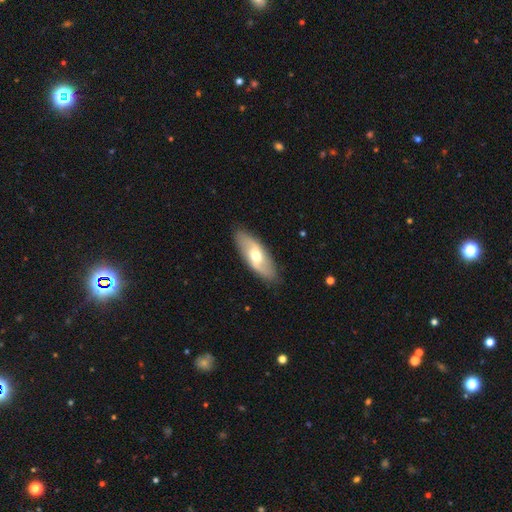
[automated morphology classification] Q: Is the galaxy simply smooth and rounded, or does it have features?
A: featured or disk — 51%.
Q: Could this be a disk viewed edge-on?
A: no — 78%.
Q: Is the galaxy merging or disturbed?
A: none — 86%.